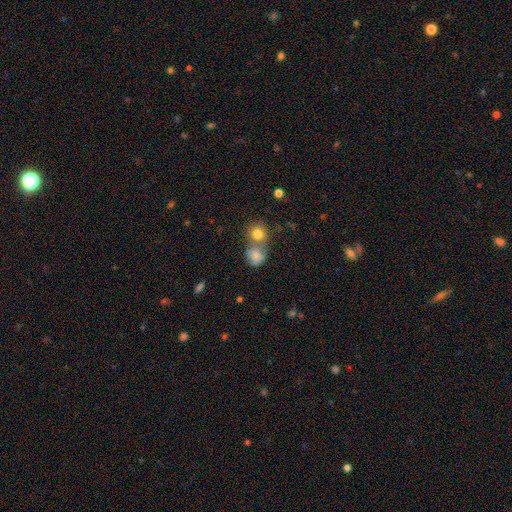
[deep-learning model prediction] This is likely a smooth galaxy (76%). How rounded: likely round (73%). Merging: possibly merger (55%).